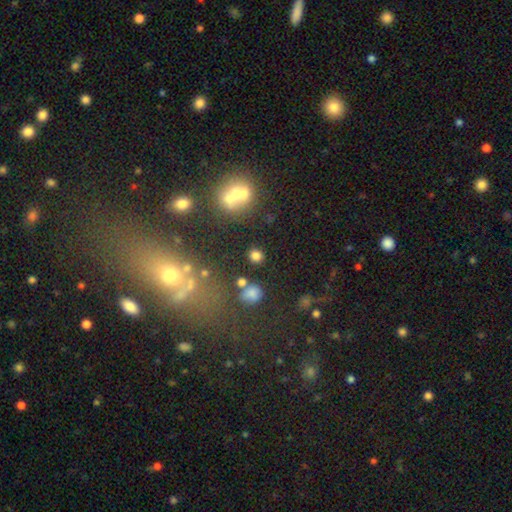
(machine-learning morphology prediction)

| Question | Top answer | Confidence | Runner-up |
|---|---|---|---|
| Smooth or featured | smooth | 76% | star or artifact (17%) |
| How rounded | round | 79% | in between (20%) |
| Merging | none | 78% | minor disturbance (9%) |